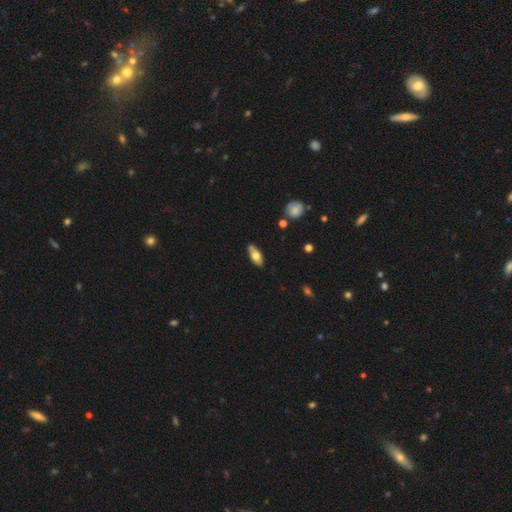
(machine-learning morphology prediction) Smooth or featured: smooth — 67% (featured or disk — 27%)
How rounded: in between — 80% (cigar-shaped — 17%)
Merging: none — 73% (minor disturbance — 17%)